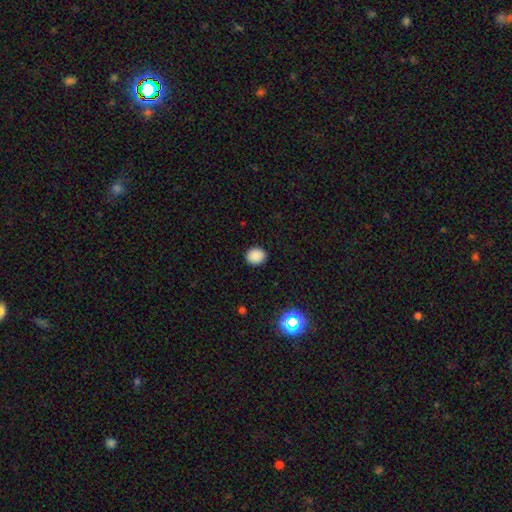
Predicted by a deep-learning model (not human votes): Smooth or featured?
  - smooth: 87% *
  - star or artifact: 10%
  - featured or disk: 2%
How rounded?
  - round: 69% *
  - in between: 30%
  - cigar-shaped: 1%
Merging?
  - none: 91% *
  - minor disturbance: 6%
  - major disturbance: 2%
  - merger: 1%